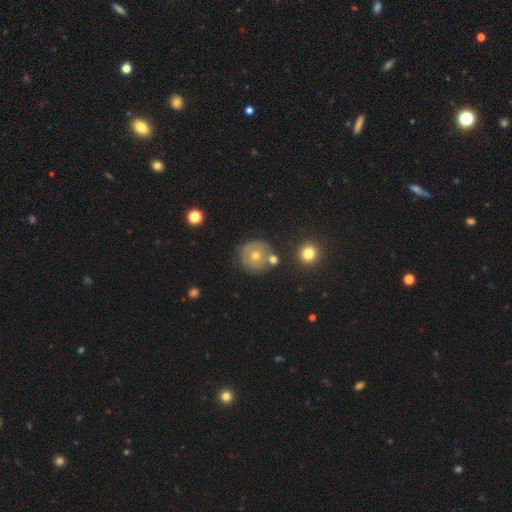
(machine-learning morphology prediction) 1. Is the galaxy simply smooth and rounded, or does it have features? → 49% featured or disk, 38% smooth, 12% star or artifact.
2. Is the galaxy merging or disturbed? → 74% none, 13% minor disturbance, 8% merger, 5% major disturbance.